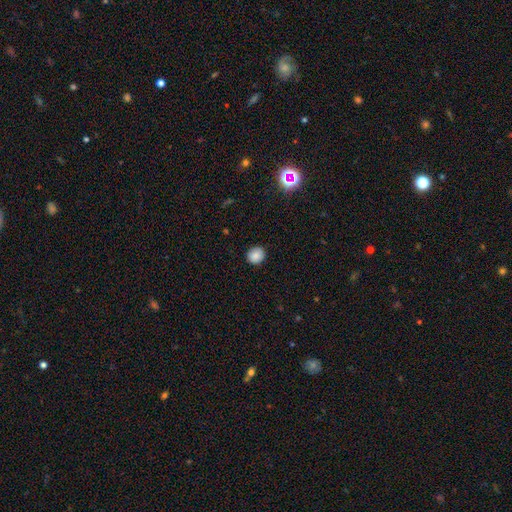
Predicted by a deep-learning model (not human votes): smooth_or_featured: smooth (p=0.86) [alt: star or artifact p=0.10]
how_rounded: round (p=0.78) [alt: in between p=0.21]
merging: none (p=0.89) [alt: minor disturbance p=0.08]